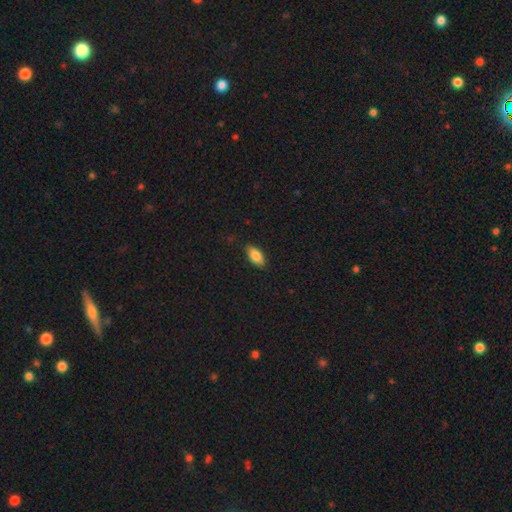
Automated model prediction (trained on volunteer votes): Q: Smooth or featured?
A: smooth (82%); runner-up: featured or disk (11%)
Q: How rounded?
A: in between (89%); runner-up: cigar-shaped (8%)
Q: Merging?
A: none (85%); runner-up: minor disturbance (12%)